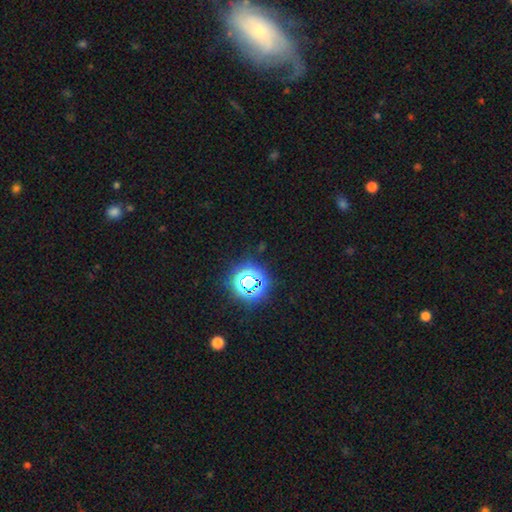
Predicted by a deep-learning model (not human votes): Morphology: type=star or artifact (66%).